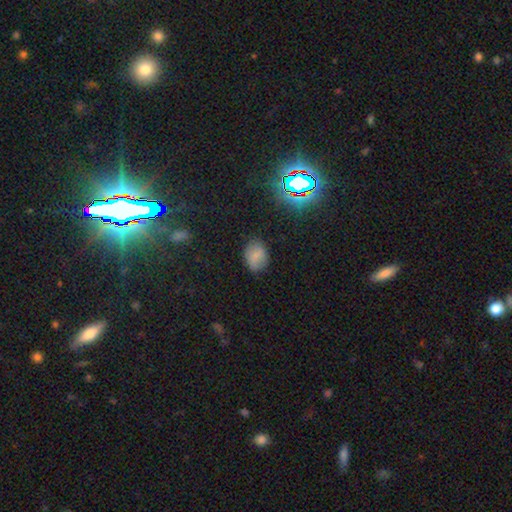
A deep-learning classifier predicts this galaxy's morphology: This appears to be a smooth galaxy with no disk features (76%) that is in between round and cigar-shaped (68%). Merging: none (78%).